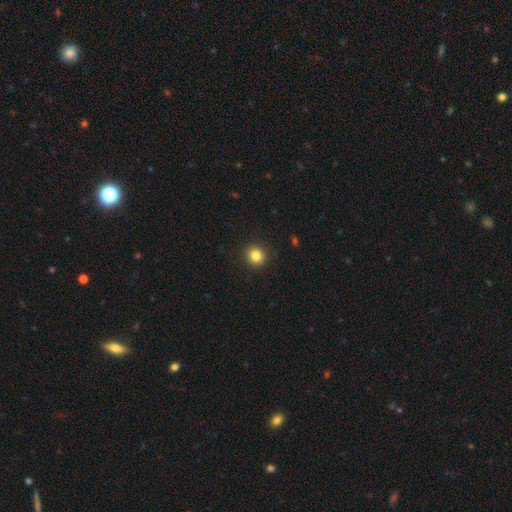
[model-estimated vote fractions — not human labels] Smooth or featured? Predicted: smooth (p=0.84). How rounded? Predicted: round (p=0.90). Merging? Predicted: none (p=0.92).